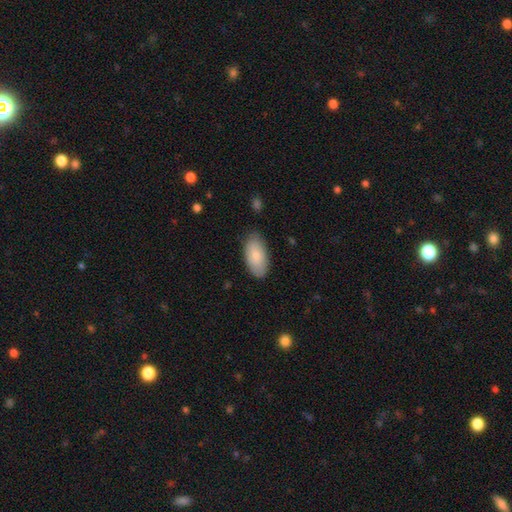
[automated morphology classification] Overall: smooth (83%). How rounded: in between (94%). Merging: none (82%).